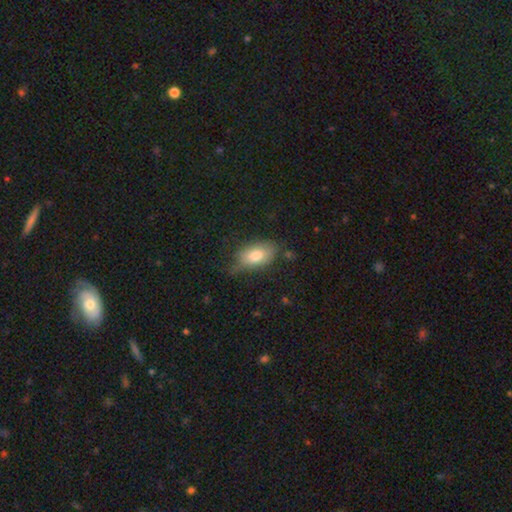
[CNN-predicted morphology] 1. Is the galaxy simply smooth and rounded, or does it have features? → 77% smooth, 16% featured or disk, 8% star or artifact.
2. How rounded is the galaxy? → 89% in between, 8% round, 3% cigar-shaped.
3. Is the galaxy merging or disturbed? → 60% none, 29% minor disturbance, 8% major disturbance, 3% merger.